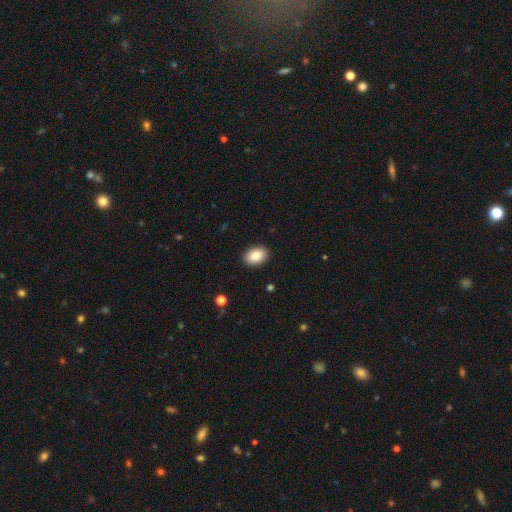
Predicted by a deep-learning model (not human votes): smooth_or_featured: smooth (p=0.88) [alt: star or artifact p=0.07]
how_rounded: in between (p=0.83) [alt: round p=0.16]
merging: none (p=0.90) [alt: minor disturbance p=0.07]